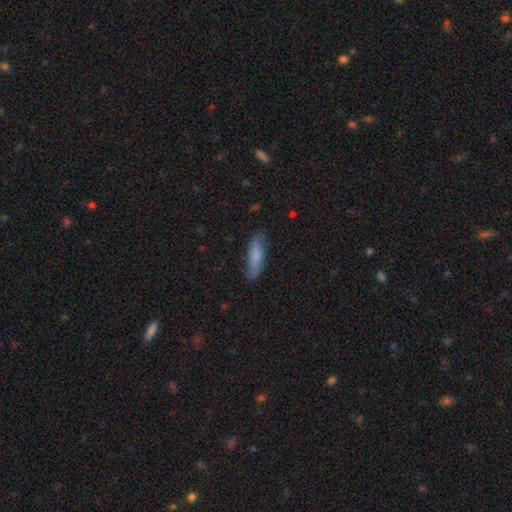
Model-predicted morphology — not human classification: smooth_or_featured: smooth (p=0.76) [alt: featured or disk p=0.18]
how_rounded: cigar-shaped (p=0.65) [alt: in between p=0.33]
merging: none (p=0.80) [alt: minor disturbance p=0.15]